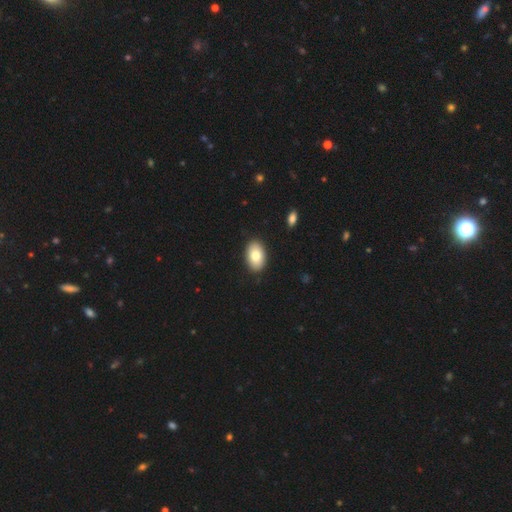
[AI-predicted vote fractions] This is clearly a smooth galaxy (82%). How rounded: clearly in between (93%). Merging: clearly none (89%).